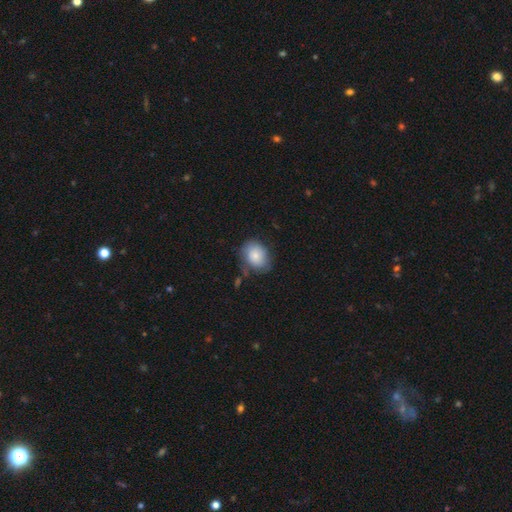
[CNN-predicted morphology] A smooth galaxy with no disk features (78%) that is in between round and cigar-shaped (53%). Merging: none (63%).